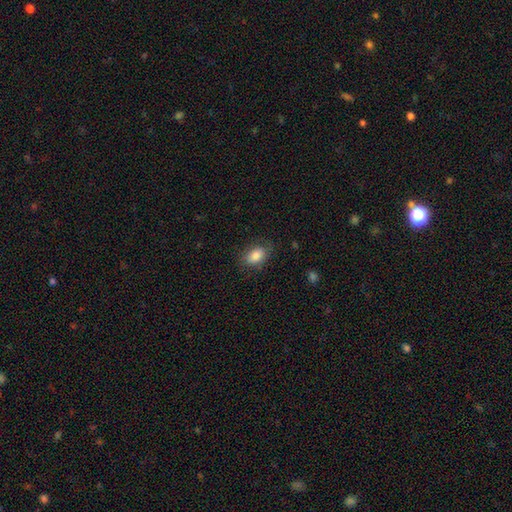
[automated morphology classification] Overall: smooth (84%). How rounded: in between (86%). Merging: none (78%).